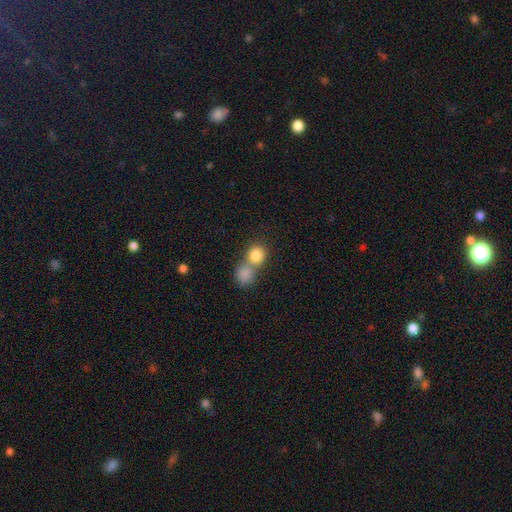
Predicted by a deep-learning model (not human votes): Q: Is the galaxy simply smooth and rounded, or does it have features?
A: smooth — 83%.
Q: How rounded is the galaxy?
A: round — 81%.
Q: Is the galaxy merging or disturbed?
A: merger — 53%.